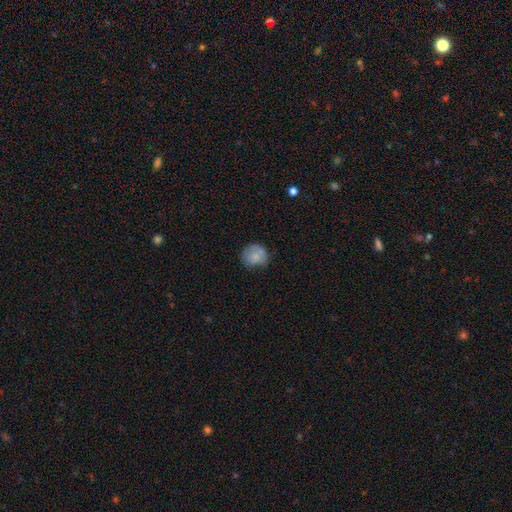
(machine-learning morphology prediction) This is likely a smooth galaxy (75%). How rounded: clearly round (80%). Merging: likely none (60%).